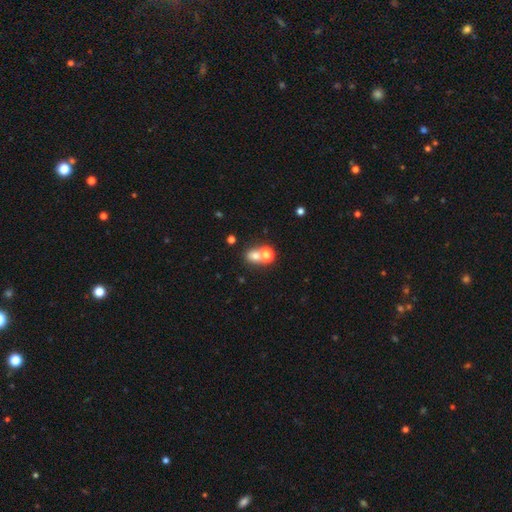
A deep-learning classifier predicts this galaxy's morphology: Smooth or featured? Predicted: smooth (p=0.69). How rounded? Predicted: round (p=0.63). Merging? Predicted: merger (p=0.51).